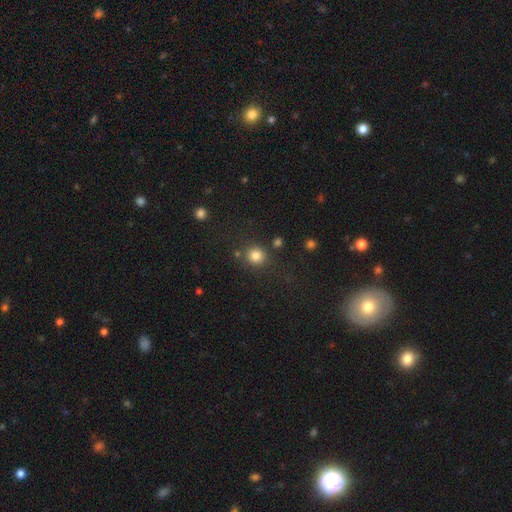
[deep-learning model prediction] smooth-or-featured: smooth: 82% | star or artifact: 13% | featured or disk: 5%
  how-rounded: round: 89% | in between: 10% | cigar-shaped: 1%
  merging: none: 80% | minor disturbance: 9% | merger: 7% | major disturbance: 4%